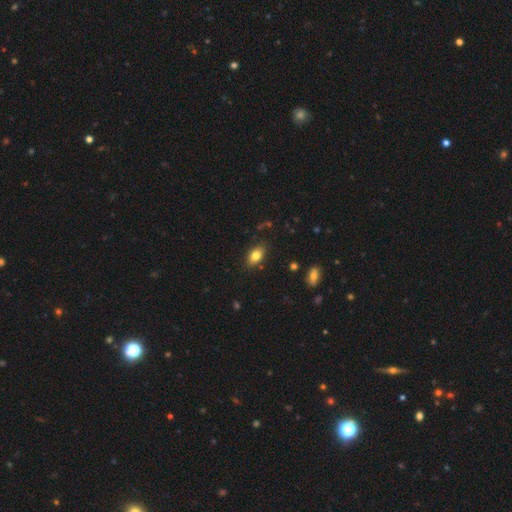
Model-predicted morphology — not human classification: type=smooth (81%); roundness=in between (87%); merging=none (85%).